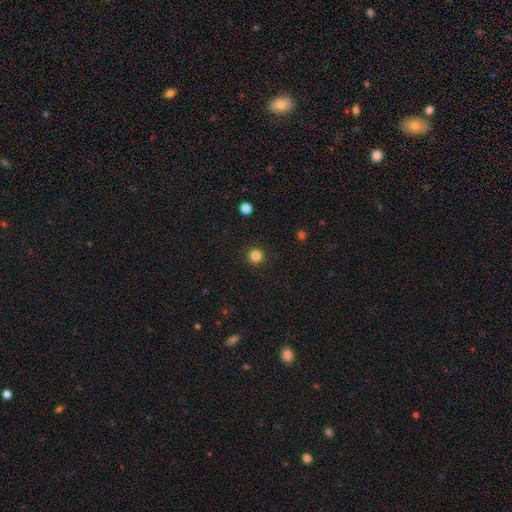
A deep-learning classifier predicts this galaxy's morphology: This appears to be a smooth galaxy with no disk features (83%) that is round (96%). Merging: none (93%).